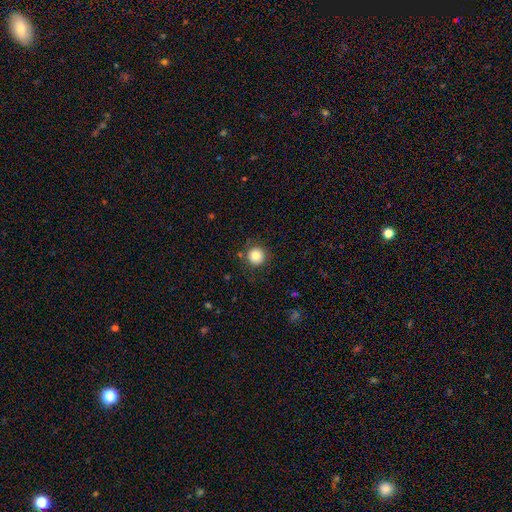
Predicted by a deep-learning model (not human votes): Smooth or featured? Predicted: smooth (p=0.83). How rounded? Predicted: round (p=0.95). Merging? Predicted: none (p=0.87).